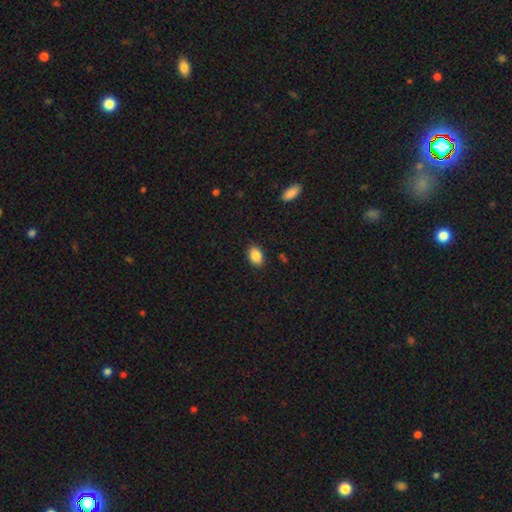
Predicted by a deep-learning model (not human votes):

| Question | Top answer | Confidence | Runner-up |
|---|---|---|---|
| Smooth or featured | smooth | 87% | star or artifact (8%) |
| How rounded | in between | 86% | round (13%) |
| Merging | none | 88% | minor disturbance (9%) |